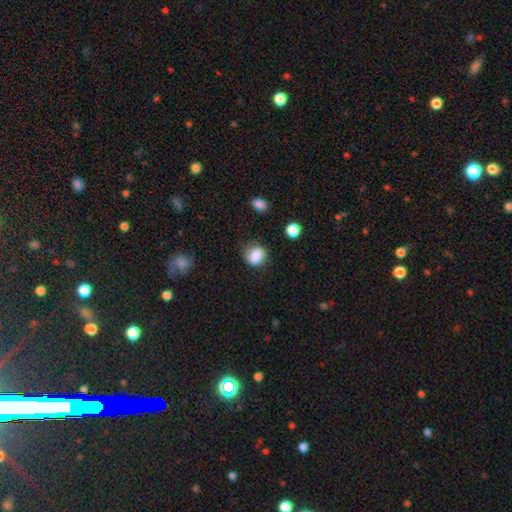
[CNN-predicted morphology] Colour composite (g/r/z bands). It shows a smooth galaxy with no disk features (75%) that is round (65%). Merging: none (69%).